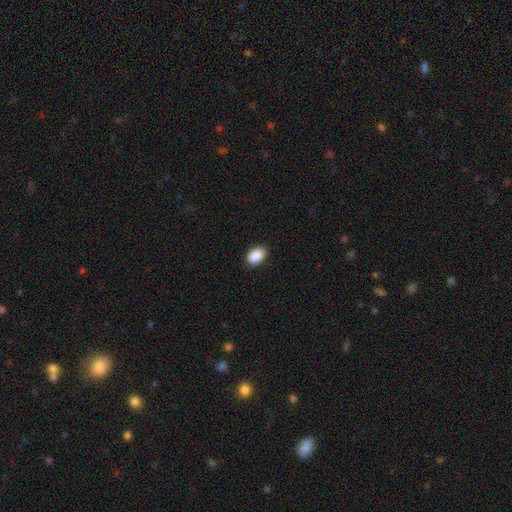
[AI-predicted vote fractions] Smooth or featured? Predicted: smooth (p=0.91). How rounded? Predicted: in between (p=0.88). Merging? Predicted: none (p=0.89).